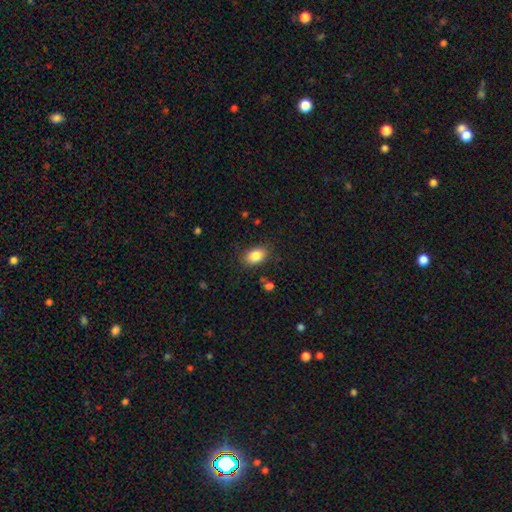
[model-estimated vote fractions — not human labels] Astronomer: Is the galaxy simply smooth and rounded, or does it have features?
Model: smooth — 86%.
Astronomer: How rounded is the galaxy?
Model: in between — 85%.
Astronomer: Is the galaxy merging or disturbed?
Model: none — 83%.